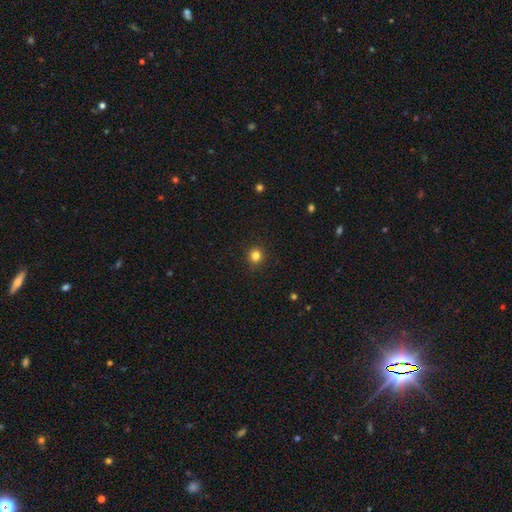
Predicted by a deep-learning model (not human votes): Smooth or featured? smooth (82%)
How rounded? round (93%)
Merging? none (92%)